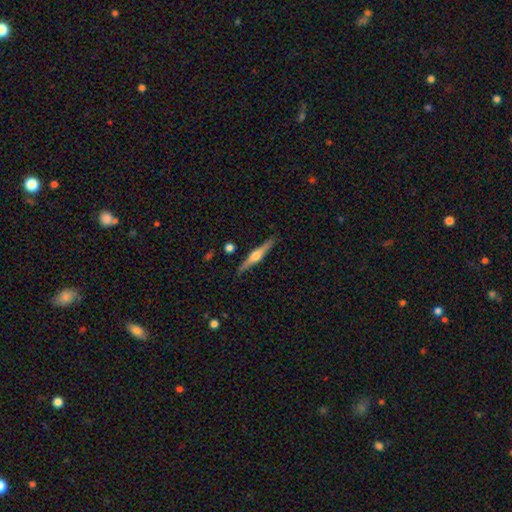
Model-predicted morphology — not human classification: featured or disk 71%, smooth 23%, star or artifact 6%. Down the decision tree: edge-on disk — yes (98%); edge-on bulge — rounded (93%); merging — none (89%).